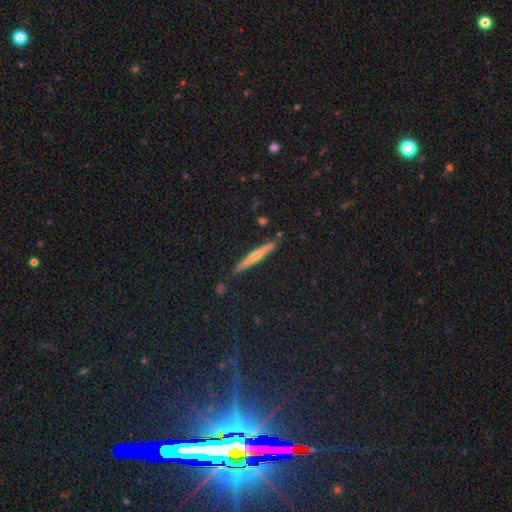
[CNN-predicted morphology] featured or disk 48%, smooth 44%, star or artifact 9%. Down the decision tree: merging — none (85%).